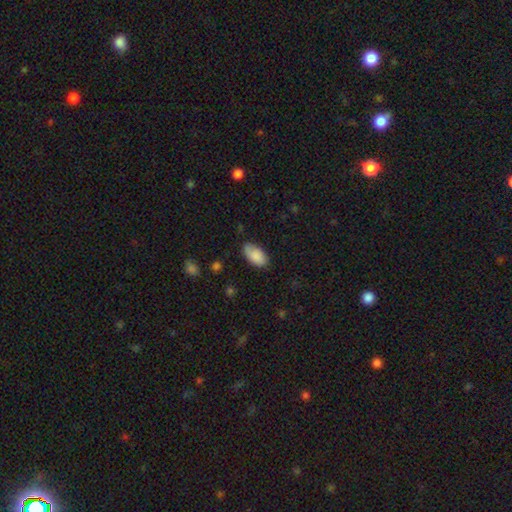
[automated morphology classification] The model was most divided on "merging": none: 76%, minor disturbance: 19%, major disturbance: 4%, merger: 1%. More confident: how rounded — in between (95%); smooth or featured — smooth (86%).